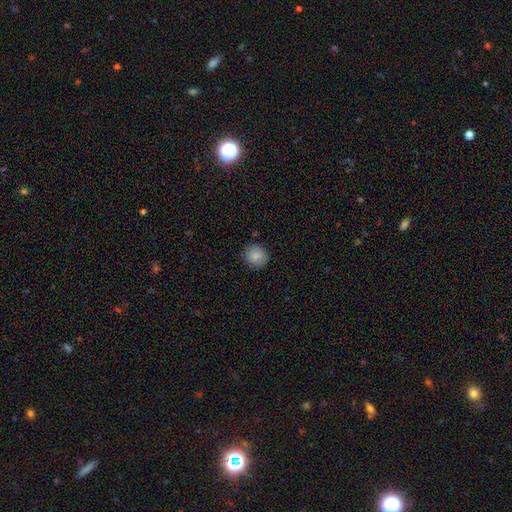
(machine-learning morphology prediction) This appears to be a smooth galaxy with no disk features (85%) that is round (89%). Merging: none (87%).